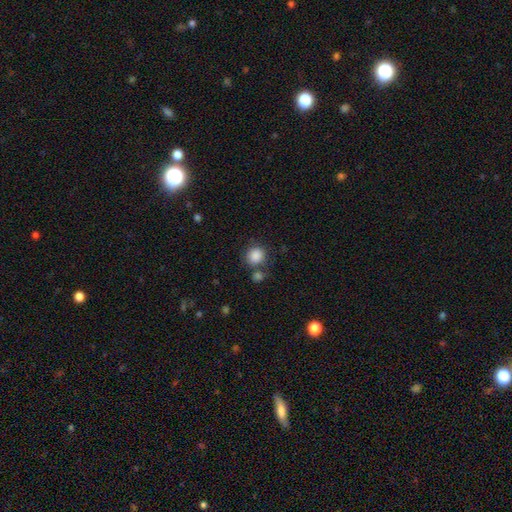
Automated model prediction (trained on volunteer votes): This appears to be a smooth galaxy with no disk features (87%) that is round (84%). Merging: none (68%).